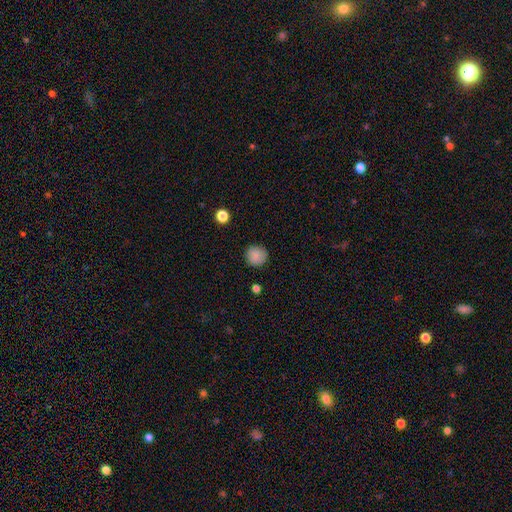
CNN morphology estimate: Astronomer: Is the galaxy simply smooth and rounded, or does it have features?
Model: smooth — 87%.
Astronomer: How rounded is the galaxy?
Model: round — 94%.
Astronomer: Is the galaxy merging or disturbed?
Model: none — 89%.